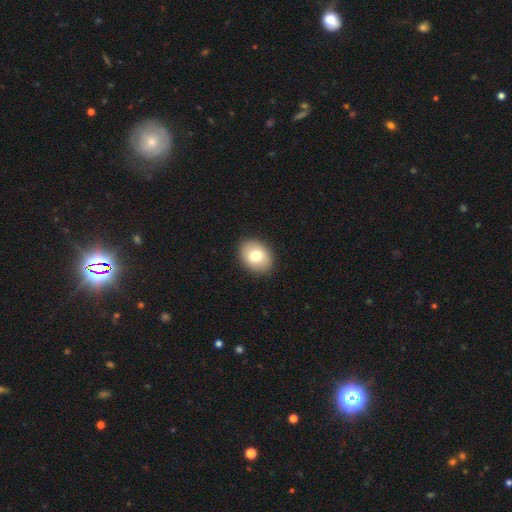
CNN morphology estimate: This appears to be a smooth galaxy with no disk features (78%) that is in between round and cigar-shaped (59%). Merging: none (90%).